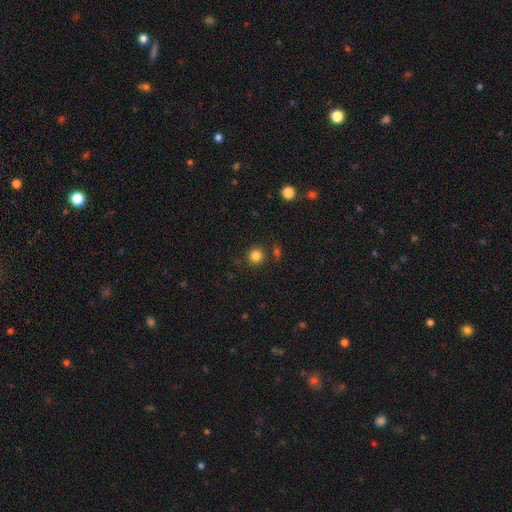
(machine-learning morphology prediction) type=smooth (83%); roundness=round (92%); merging=none (85%).